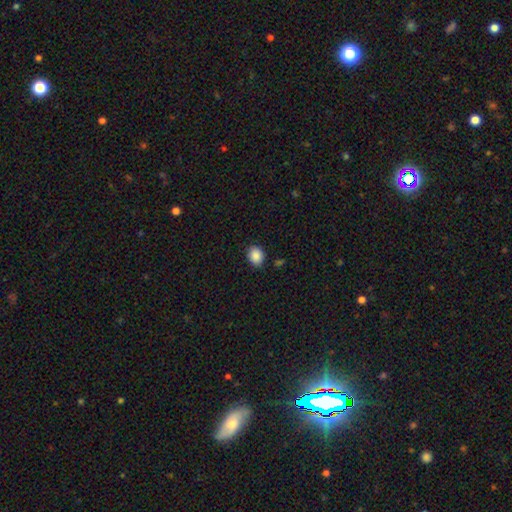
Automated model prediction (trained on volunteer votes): Morphology: type=smooth (88%); roundness=round (51%); merging=none (85%).